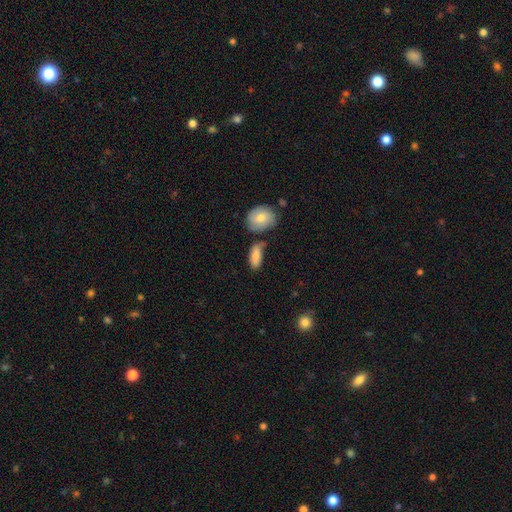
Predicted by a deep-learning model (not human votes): smooth-or-featured: smooth: 83% | featured or disk: 11% | star or artifact: 6%
  how-rounded: in between: 79% | cigar-shaped: 17% | round: 4%
  merging: none: 57% | minor disturbance: 21% | merger: 15% | major disturbance: 6%